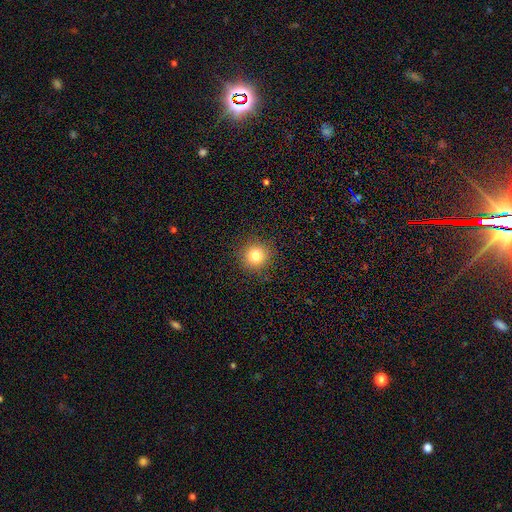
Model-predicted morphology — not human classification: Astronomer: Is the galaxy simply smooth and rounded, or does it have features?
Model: smooth — 80%.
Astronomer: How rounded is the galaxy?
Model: round — 94%.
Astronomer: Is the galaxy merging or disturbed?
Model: none — 91%.